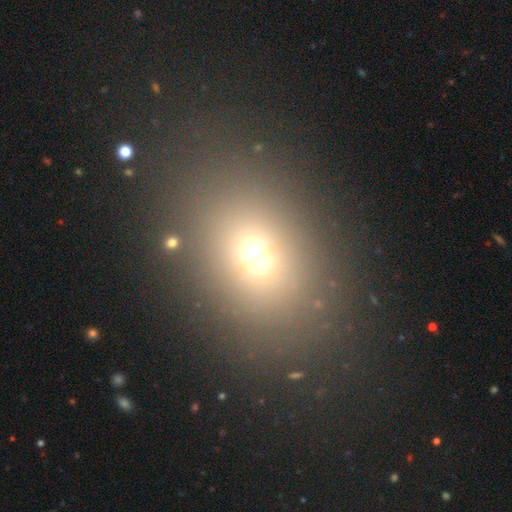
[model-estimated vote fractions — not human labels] Smooth or featured? smooth (65%)
How rounded? in between (57%)
Merging? none (82%)